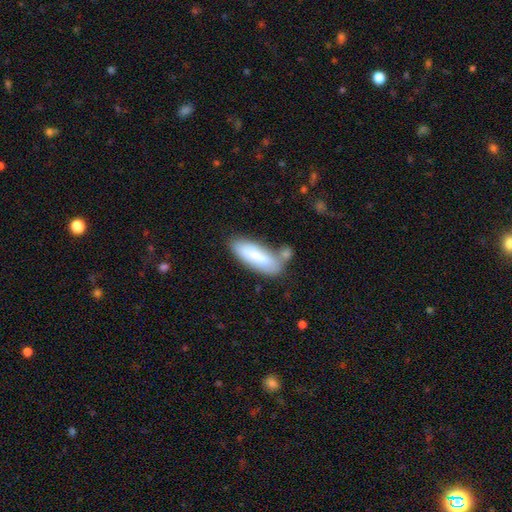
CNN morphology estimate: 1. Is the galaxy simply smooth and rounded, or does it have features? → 77% smooth, 17% featured or disk, 6% star or artifact.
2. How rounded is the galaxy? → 55% in between, 43% cigar-shaped, 2% round.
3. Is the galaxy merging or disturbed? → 53% none, 20% minor disturbance, 20% merger, 6% major disturbance.